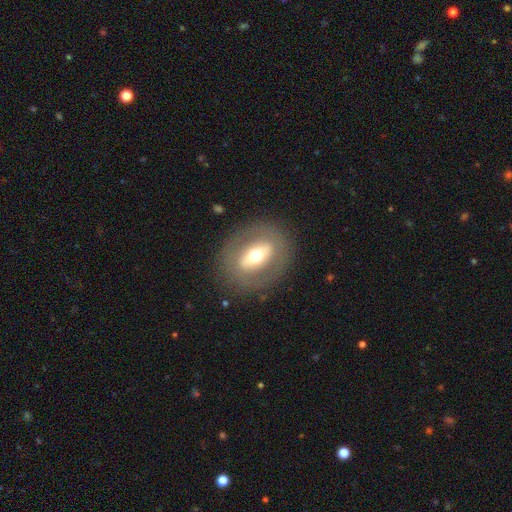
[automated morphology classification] Q: Smooth or featured?
A: featured or disk (52%); runner-up: smooth (40%)
Q: Edge-on disk?
A: no (83%); runner-up: yes (17%)
Q: Merging?
A: none (83%); runner-up: minor disturbance (10%)